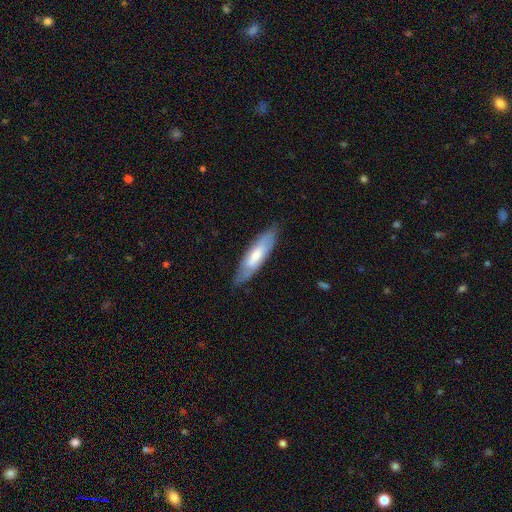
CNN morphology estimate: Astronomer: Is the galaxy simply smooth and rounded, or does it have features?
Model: smooth — 56% (runner-up: featured or disk, 38%).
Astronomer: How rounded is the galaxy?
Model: cigar-shaped — 61% (runner-up: in between, 37%).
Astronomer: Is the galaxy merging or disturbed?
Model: none — 77%.